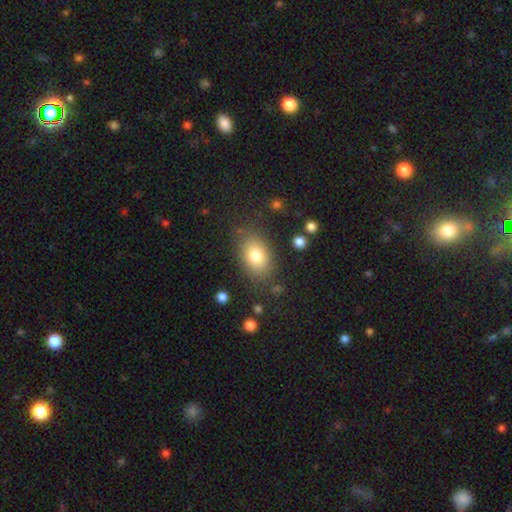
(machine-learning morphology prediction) Smooth or featured? smooth (78%)
How rounded? in between (81%)
Merging? none (80%)